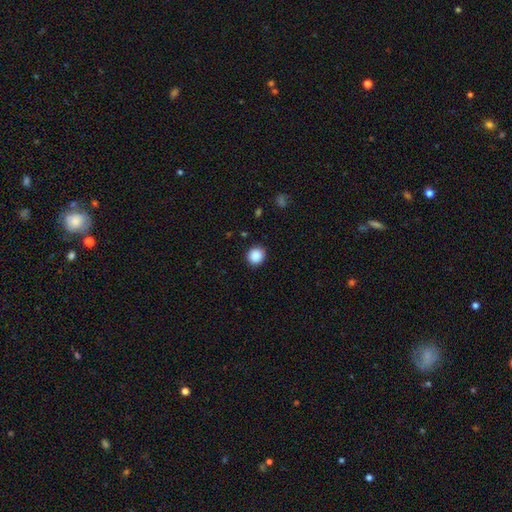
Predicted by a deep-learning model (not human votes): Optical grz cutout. It shows a smooth galaxy with no disk features (89%) that is round (90%). Merging: none (90%).